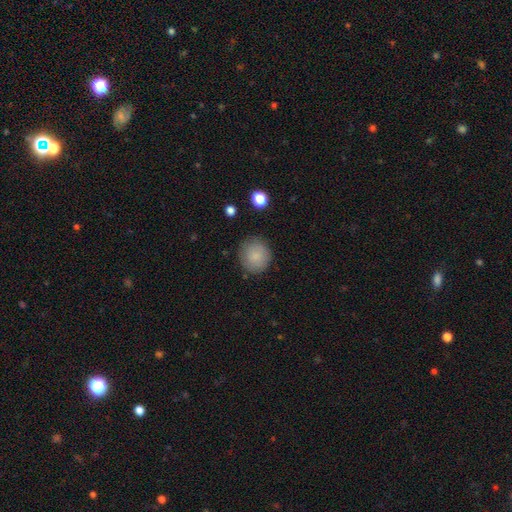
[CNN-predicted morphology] The model was most divided on "merging": none: 83%, minor disturbance: 12%, major disturbance: 3%, merger: 1%. More confident: how rounded — round (88%); smooth or featured — smooth (84%).